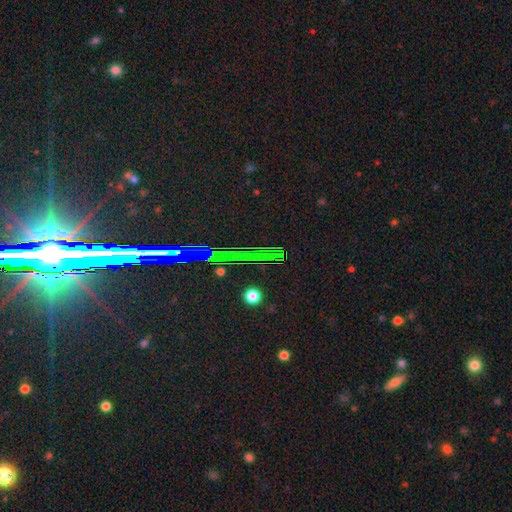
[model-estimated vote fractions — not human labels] This is likely a star or artifact rather than a galaxy (78%).